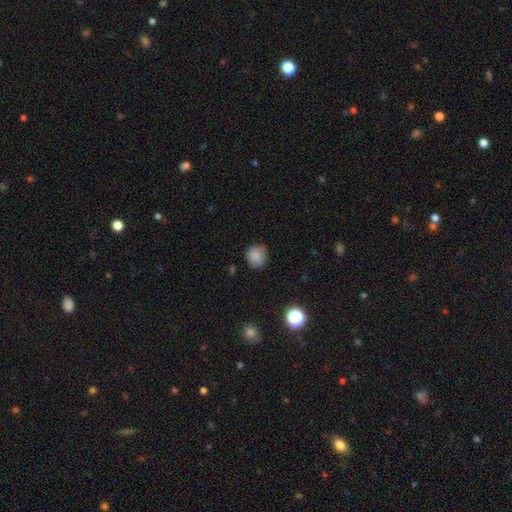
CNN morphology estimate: smooth 85%, star or artifact 10%, featured or disk 5%. Down the decision tree: how rounded — round (85%); merging — none (79%).